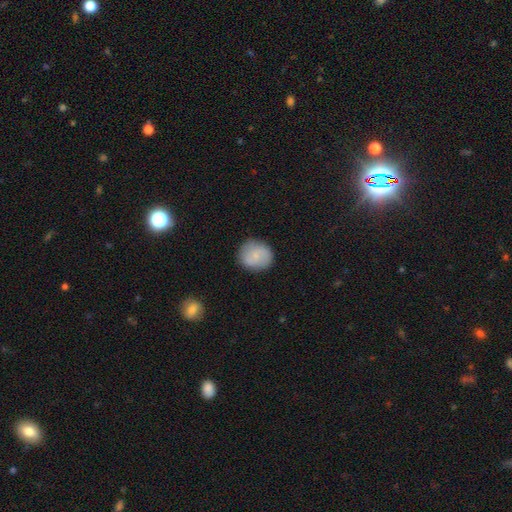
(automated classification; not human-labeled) Smooth or featured: smooth — 73% (featured or disk — 20%)
How rounded: round — 79% (in between — 20%)
Merging: none — 85% (minor disturbance — 11%)